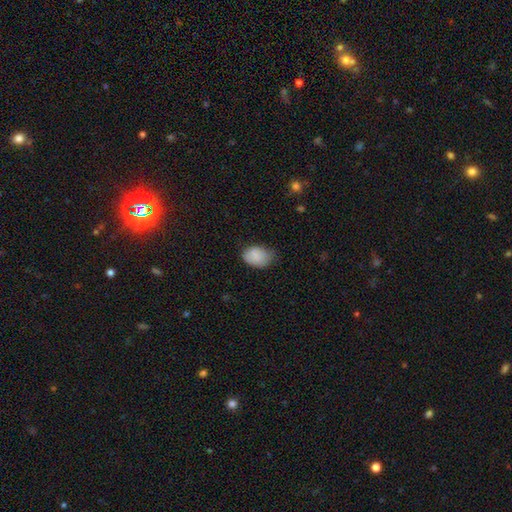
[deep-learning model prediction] Smooth or featured? smooth (85%)
How rounded? in between (81%)
Merging? none (57%)